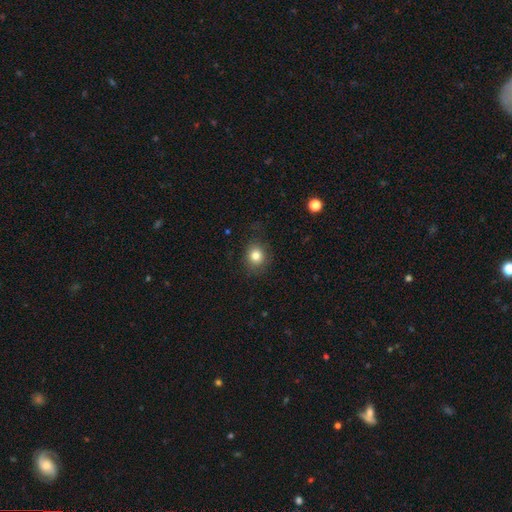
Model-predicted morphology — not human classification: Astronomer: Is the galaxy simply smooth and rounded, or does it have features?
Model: smooth — 81%.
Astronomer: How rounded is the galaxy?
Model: round — 76%.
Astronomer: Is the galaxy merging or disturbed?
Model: none — 82%.